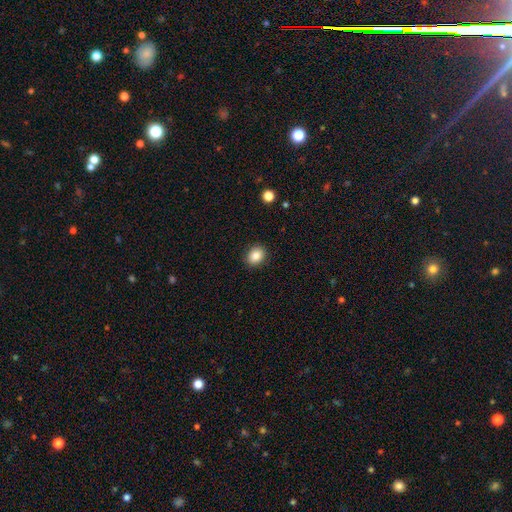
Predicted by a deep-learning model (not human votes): Smooth or featured?
  - smooth: 85% *
  - star or artifact: 9%
  - featured or disk: 6%
How rounded?
  - round: 58% *
  - in between: 41%
  - cigar-shaped: 1%
Merging?
  - none: 90% *
  - minor disturbance: 7%
  - major disturbance: 2%
  - merger: 1%